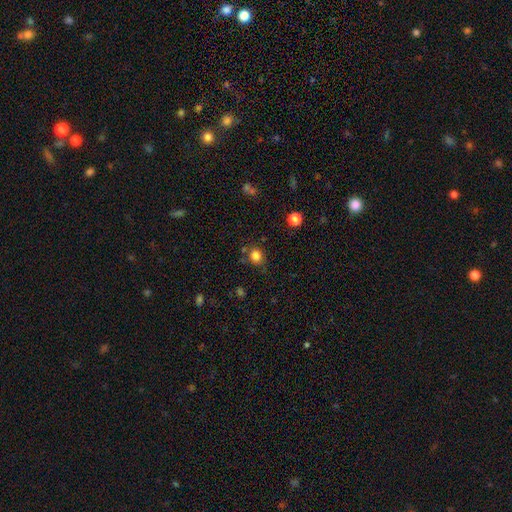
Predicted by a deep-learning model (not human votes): Morphology: type=smooth (81%); roundness=round (80%); merging=none (76%).